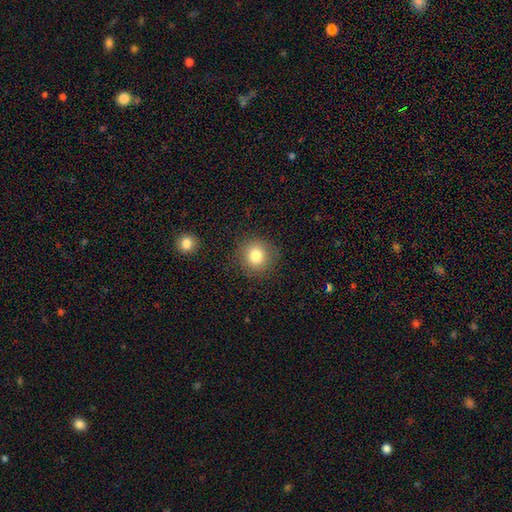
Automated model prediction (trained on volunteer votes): The model was most divided on "smooth or featured": smooth: 81%, star or artifact: 11%, featured or disk: 8%. More confident: how rounded — round (90%); merging — none (87%).